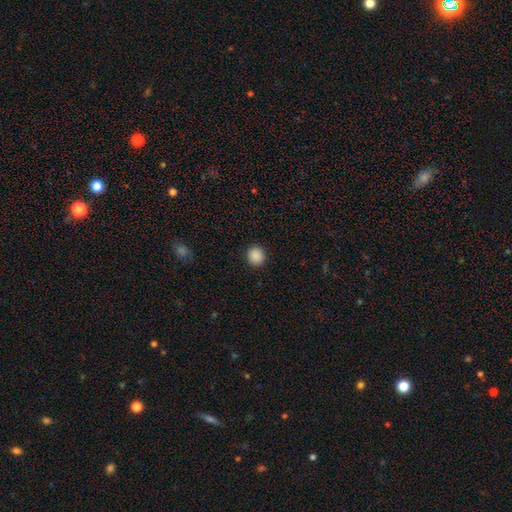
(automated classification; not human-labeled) Morphology: type=smooth (89%); roundness=round (88%); merging=none (92%).